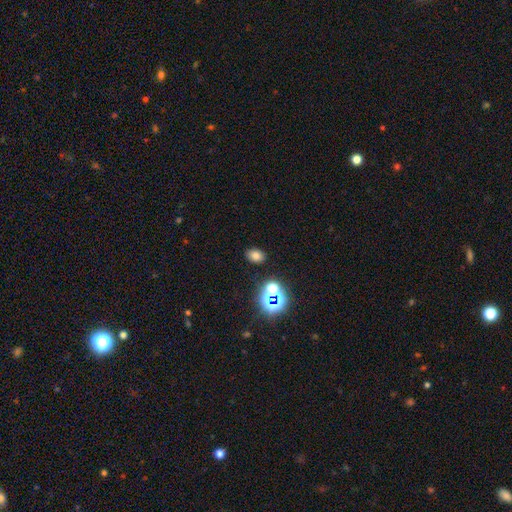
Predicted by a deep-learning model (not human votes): A smooth galaxy with no disk features (71%) that is in between round and cigar-shaped (74%).

Vote fractions:
- Smooth or featured? smooth: 71% / star or artifact: 21% / featured or disk: 8%
- How rounded? in between: 74% / round: 25% / cigar-shaped: 1%
- Merging? none: 86% / minor disturbance: 8% / merger: 3% / major disturbance: 3%